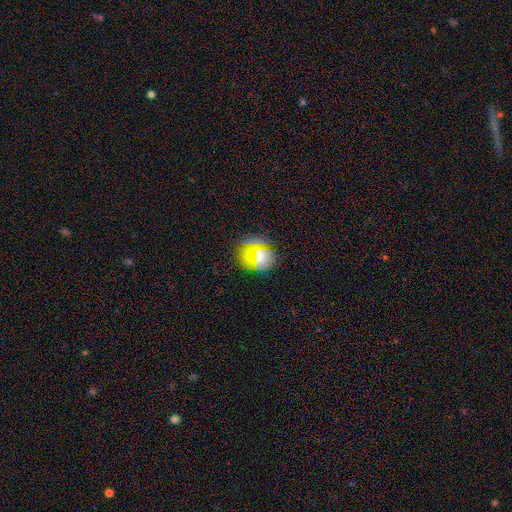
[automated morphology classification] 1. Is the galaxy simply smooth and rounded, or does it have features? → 65% smooth, 21% star or artifact, 14% featured or disk.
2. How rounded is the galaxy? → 77% round, 22% in between, 2% cigar-shaped.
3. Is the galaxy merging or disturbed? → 81% none, 12% minor disturbance, 4% major disturbance, 3% merger.